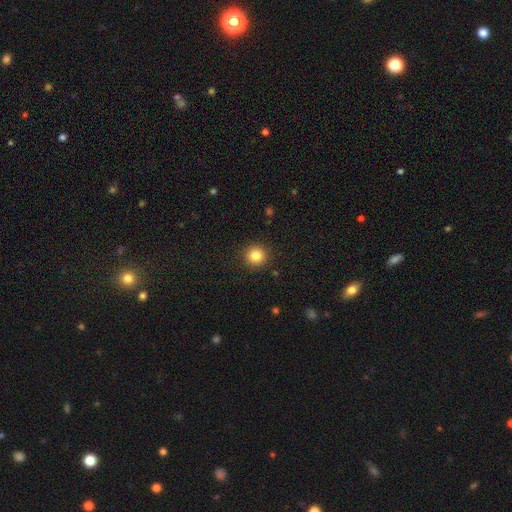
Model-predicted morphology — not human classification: A smooth galaxy with no disk features (83%) that is round (94%).

Vote fractions:
- Smooth or featured? smooth: 83% / star or artifact: 11% / featured or disk: 6%
- How rounded? round: 94% / in between: 5% / cigar-shaped: 1%
- Merging? none: 91% / minor disturbance: 6% / major disturbance: 2% / merger: 1%